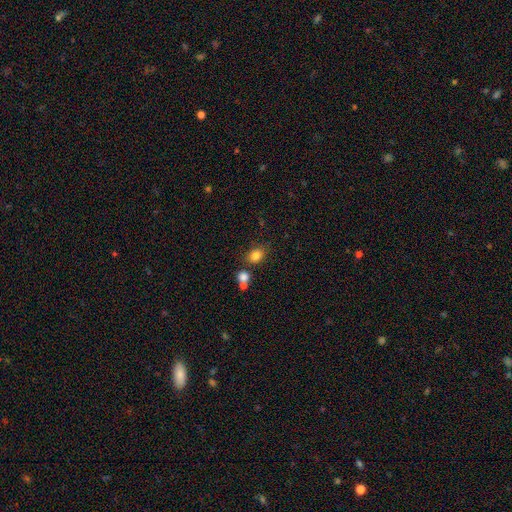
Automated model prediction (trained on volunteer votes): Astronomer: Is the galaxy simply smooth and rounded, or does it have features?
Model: smooth — 82%.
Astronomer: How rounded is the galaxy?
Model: in between — 57% (runner-up: round, 42%).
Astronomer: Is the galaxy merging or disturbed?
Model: none — 68%.